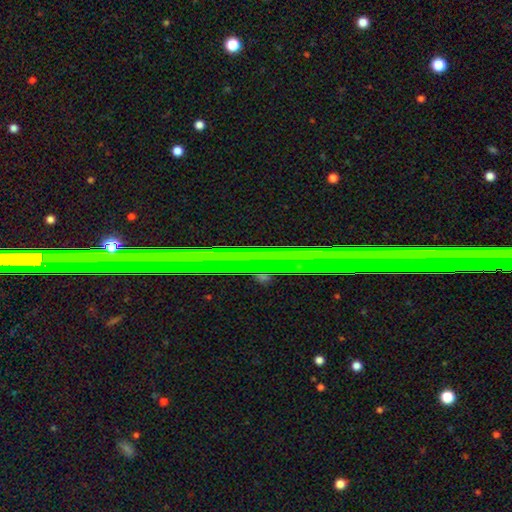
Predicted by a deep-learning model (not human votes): Smooth or featured?
  - star or artifact: 71% *
  - featured or disk: 19%
  - smooth: 10%